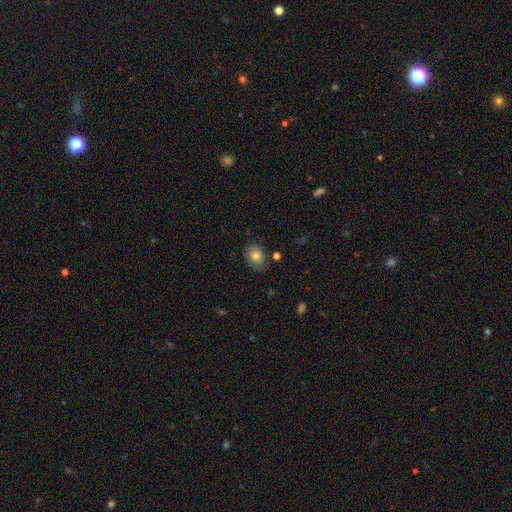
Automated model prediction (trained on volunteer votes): The model was most divided on "how rounded": in between: 59%, round: 40%, cigar-shaped: 1%. More confident: merging — none (75%); smooth or featured — smooth (72%).